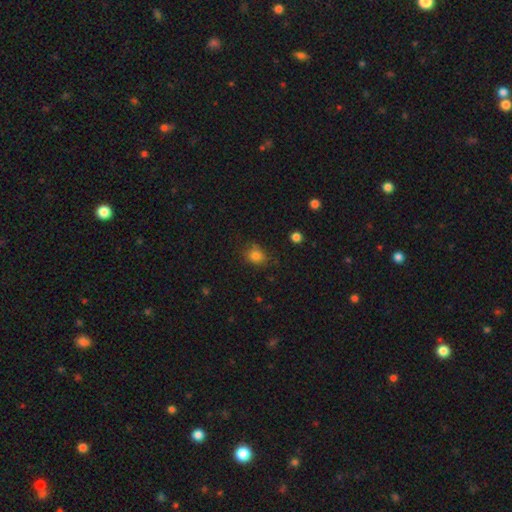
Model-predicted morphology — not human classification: A smooth galaxy with no disk features (81%) that is round (59%). Merging: none (75%).